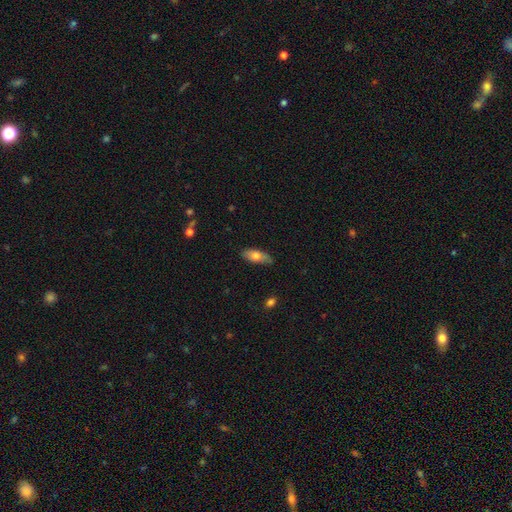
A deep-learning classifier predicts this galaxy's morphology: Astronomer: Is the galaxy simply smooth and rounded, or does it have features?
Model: smooth — 71%.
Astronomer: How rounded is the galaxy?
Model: in between — 74%.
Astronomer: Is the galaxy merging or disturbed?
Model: none — 79%.